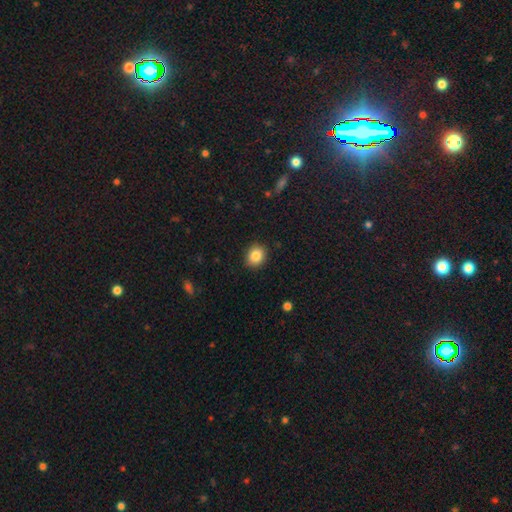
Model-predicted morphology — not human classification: Overall: smooth (85%). How rounded: round (68%; in between 31%). Merging: none (90%).